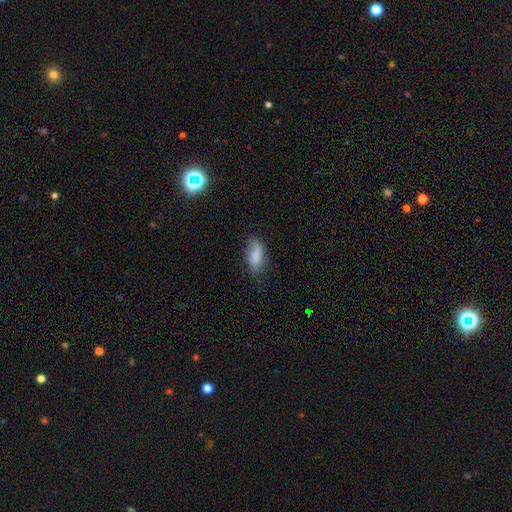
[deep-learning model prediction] Overall: smooth (80%). How rounded: in between (86%). Merging: none (60%; minor disturbance 29%).